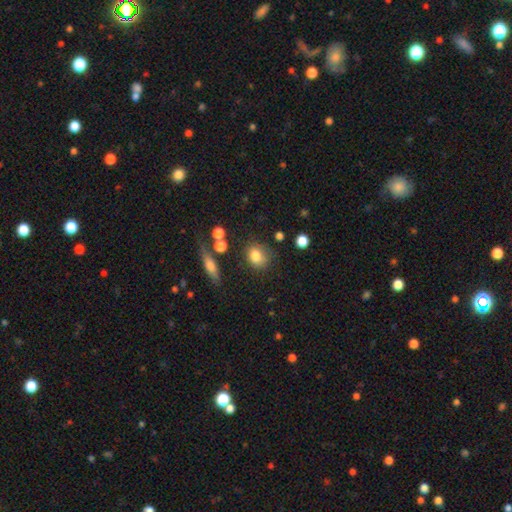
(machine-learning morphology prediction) Q: Smooth or featured?
A: smooth (81%); runner-up: star or artifact (10%)
Q: How rounded?
A: round (57%); runner-up: in between (41%)
Q: Merging?
A: none (61%); runner-up: minor disturbance (23%)